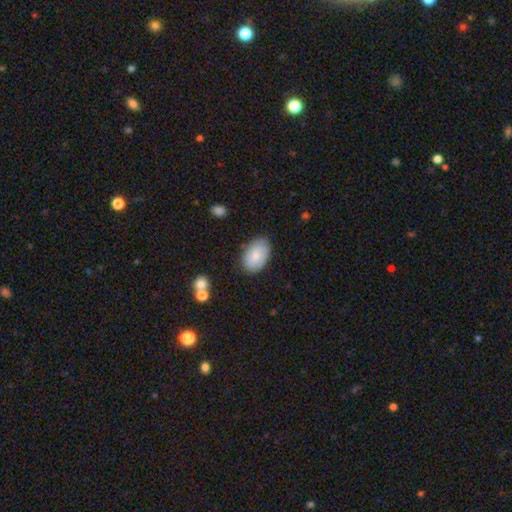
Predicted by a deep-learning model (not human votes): Morphology: type=smooth (83%); roundness=in between (91%); merging=none (82%).